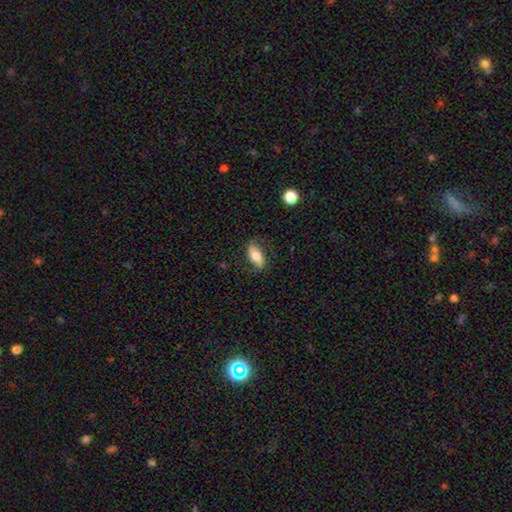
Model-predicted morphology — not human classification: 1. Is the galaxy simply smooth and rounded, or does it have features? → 56% smooth, 36% featured or disk, 7% star or artifact.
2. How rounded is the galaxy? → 84% in between, 11% cigar-shaped, 5% round.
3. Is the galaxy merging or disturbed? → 70% none, 20% minor disturbance, 9% major disturbance, 1% merger.